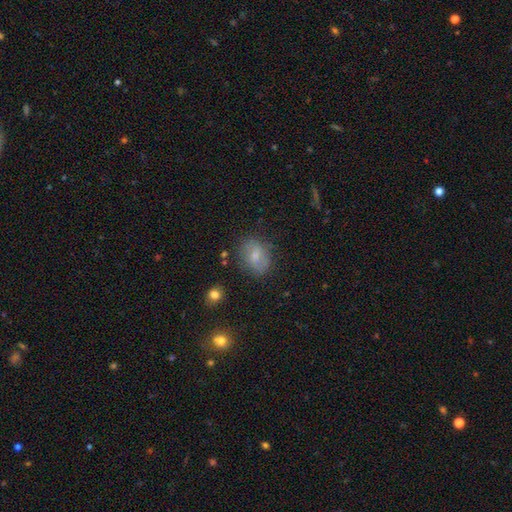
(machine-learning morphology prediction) This appears to be a smooth galaxy with no disk features (63%) that is in between round and cigar-shaped (63%). Merging: none (75%).